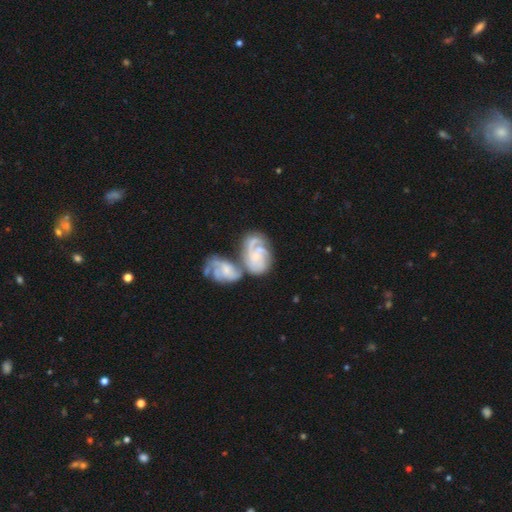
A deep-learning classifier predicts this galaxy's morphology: Smooth or featured? Predicted: featured or disk (p=0.83). Edge-on disk? Predicted: no (p=0.97). Bar? Predicted: no (p=0.68). Spiral arms? Predicted: yes (p=0.95). Spiral winding? Predicted: tight (p=0.56). Spiral arm count? Predicted: 3 (p=0.36). Bulge size? Predicted: small (p=0.60). Merging? Predicted: merger (p=0.61).